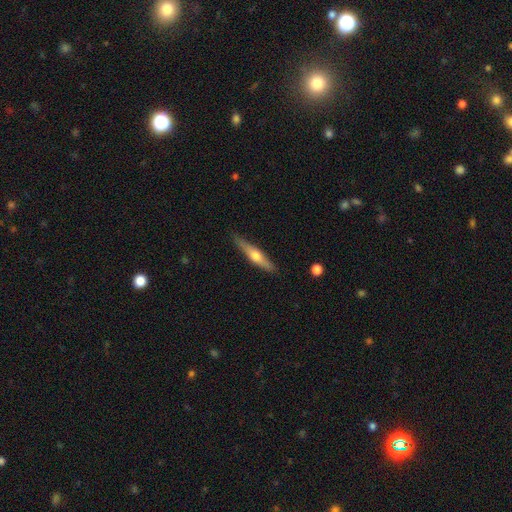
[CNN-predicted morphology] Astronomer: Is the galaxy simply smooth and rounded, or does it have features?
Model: featured or disk — 57% (runner-up: smooth, 37%).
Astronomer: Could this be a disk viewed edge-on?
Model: yes — 95%.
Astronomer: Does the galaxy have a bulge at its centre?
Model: rounded — 92%.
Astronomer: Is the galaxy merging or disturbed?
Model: none — 86%.